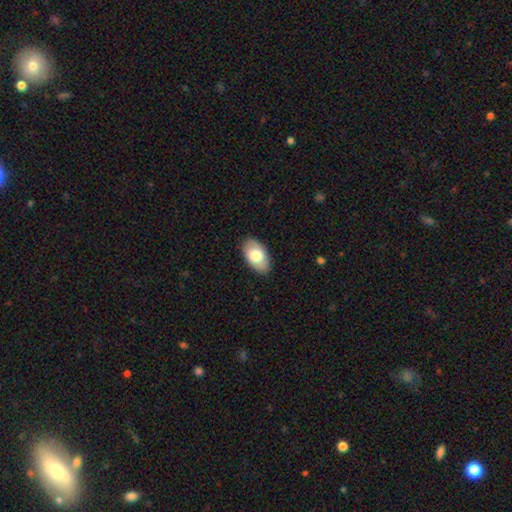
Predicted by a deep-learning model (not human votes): The model was most divided on "smooth or featured": smooth: 76%, featured or disk: 18%, star or artifact: 6%. More confident: how rounded — in between (94%); merging — none (86%).